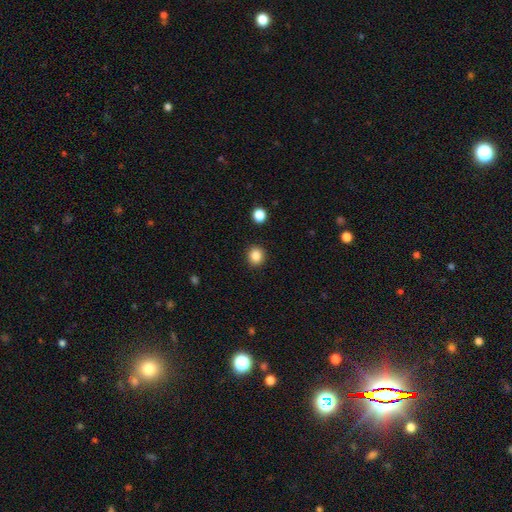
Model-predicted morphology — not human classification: Smooth or featured? smooth (85%)
How rounded? round (87%)
Merging? none (92%)